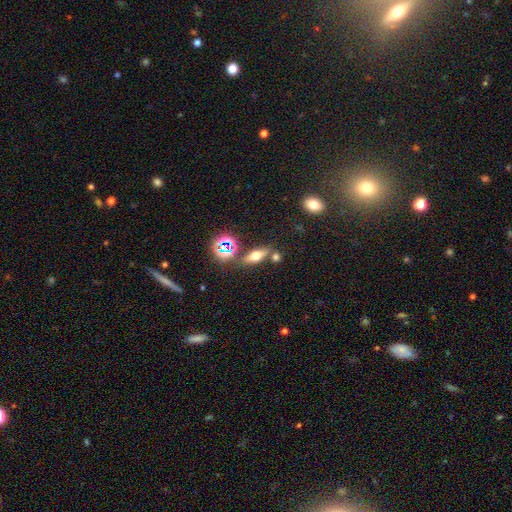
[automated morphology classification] Smooth or featured?
  - smooth: 52% *
  - featured or disk: 29%
  - star or artifact: 18%
How rounded?
  - in between: 54% *
  - cigar-shaped: 35%
  - round: 11%
Merging?
  - none: 73% *
  - merger: 12%
  - minor disturbance: 11%
  - major disturbance: 4%